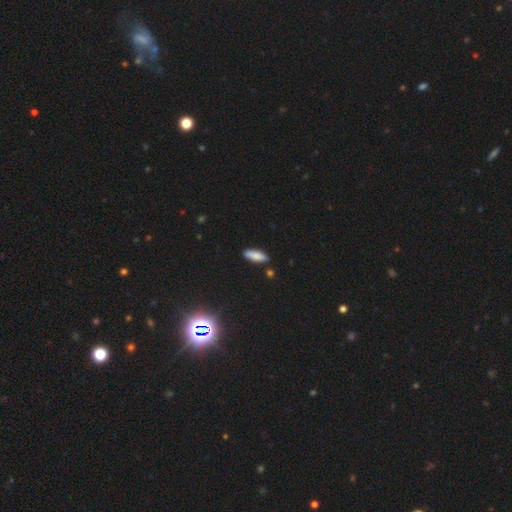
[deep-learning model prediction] Q: Smooth or featured?
A: smooth (82%); runner-up: featured or disk (11%)
Q: How rounded?
A: in between (53%); runner-up: cigar-shaped (45%)
Q: Merging?
A: none (85%); runner-up: minor disturbance (11%)